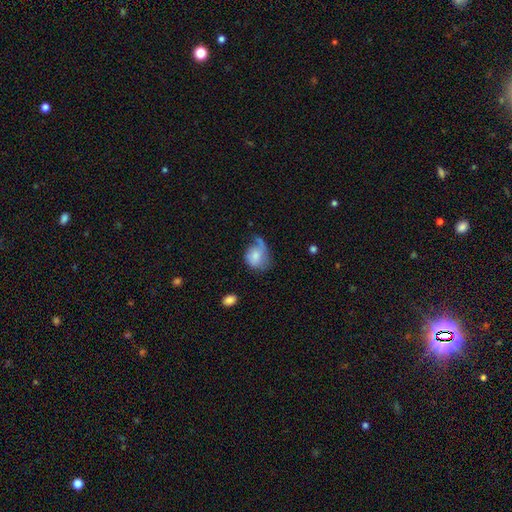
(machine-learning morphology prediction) Overall: smooth (63%; featured or disk 30%). How rounded: round (50%; in between 49%). Merging: major disturbance (33%; minor disturbance 30%).